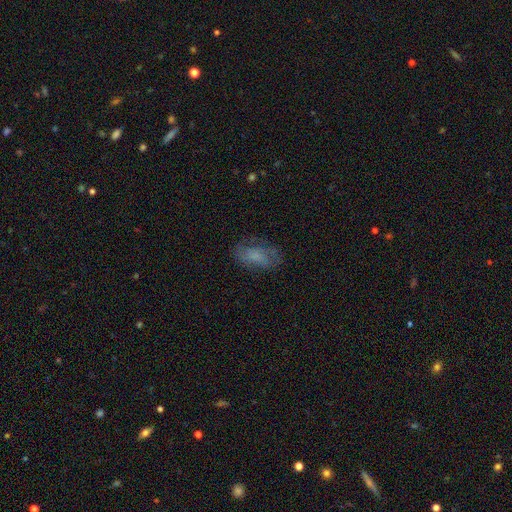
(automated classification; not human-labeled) A smooth galaxy with no disk features (58%) that is in between round and cigar-shaped (88%). Merging: none (66%).